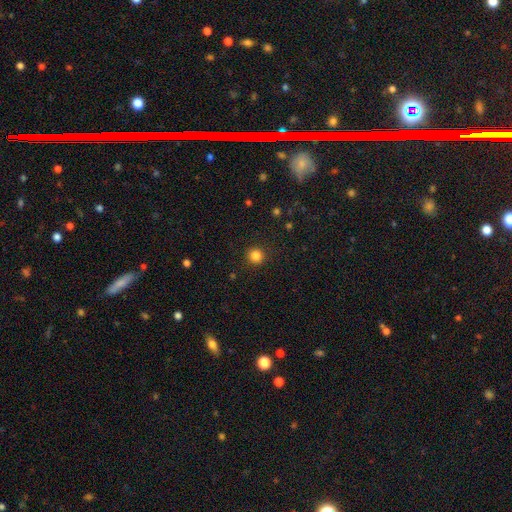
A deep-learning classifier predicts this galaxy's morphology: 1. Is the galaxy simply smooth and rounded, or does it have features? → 84% smooth, 12% star or artifact, 4% featured or disk.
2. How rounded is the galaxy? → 94% round, 5% in between, 1% cigar-shaped.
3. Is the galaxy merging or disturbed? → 92% none, 5% minor disturbance, 2% major disturbance, 1% merger.